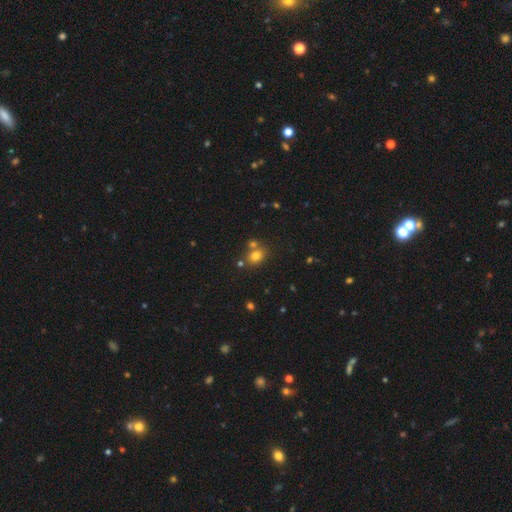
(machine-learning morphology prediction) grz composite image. It shows a smooth galaxy with no disk features (76%) that is in between round and cigar-shaped (52%). Merging: none (61%).